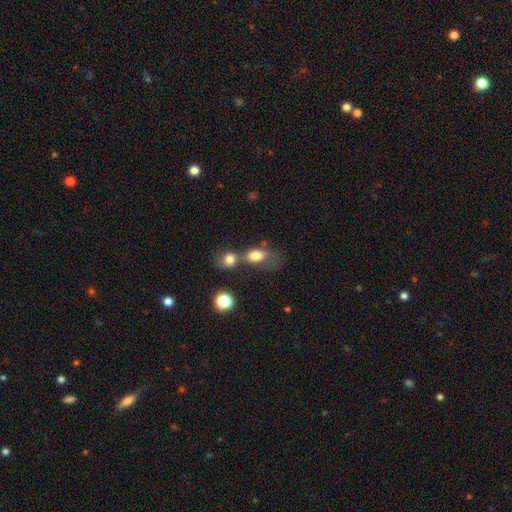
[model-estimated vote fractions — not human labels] This appears to be a smooth galaxy with no disk features (78%) that is in between round and cigar-shaped (75%). Merging: merger (52%).